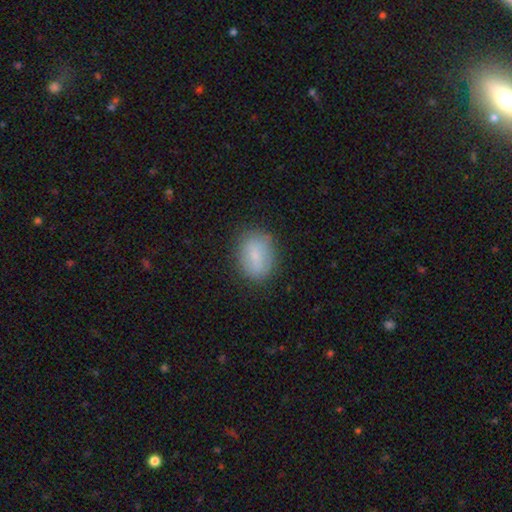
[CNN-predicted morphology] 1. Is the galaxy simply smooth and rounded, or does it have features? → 76% smooth, 16% featured or disk, 8% star or artifact.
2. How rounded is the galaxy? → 70% in between, 28% round, 2% cigar-shaped.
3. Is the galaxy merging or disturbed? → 81% none, 14% minor disturbance, 4% major disturbance, 1% merger.